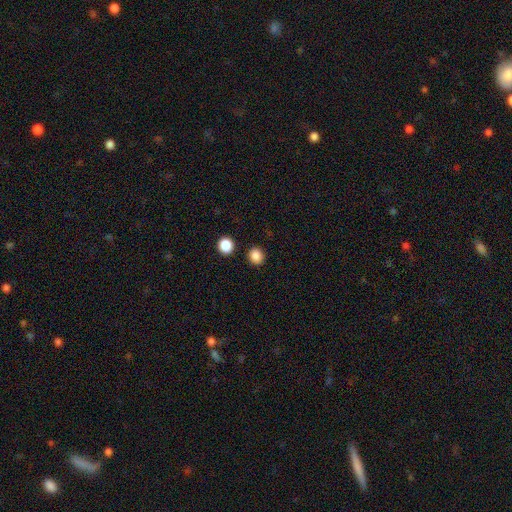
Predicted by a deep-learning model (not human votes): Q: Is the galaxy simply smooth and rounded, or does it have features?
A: smooth — 86%.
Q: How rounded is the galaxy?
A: round — 83%.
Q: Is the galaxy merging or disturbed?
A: none — 88%.